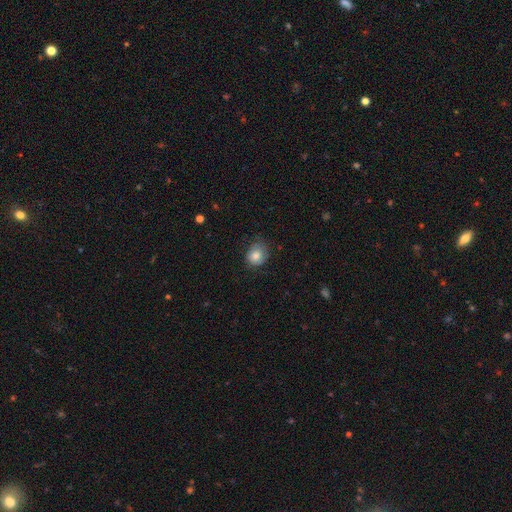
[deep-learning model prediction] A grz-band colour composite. It shows a smooth galaxy with no disk features (78%) that is round (65%). Merging: none (63%).